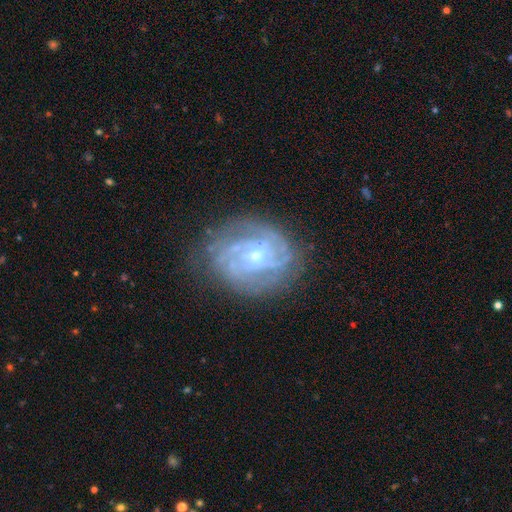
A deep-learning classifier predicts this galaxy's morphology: This appears to be a featured or disk galaxy (85%) with no bar (52%), tight (70%) spiral arms (95%) and a small central bulge (59%). Merging: none (75%).